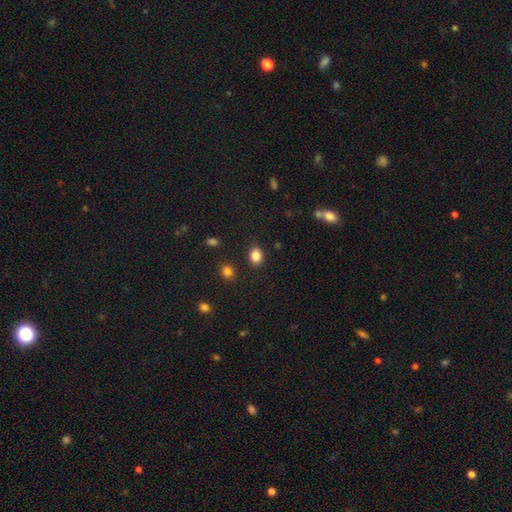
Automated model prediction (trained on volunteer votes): Smooth or featured? Predicted: smooth (p=0.86). How rounded? Predicted: in between (p=0.59). Merging? Predicted: none (p=0.86).